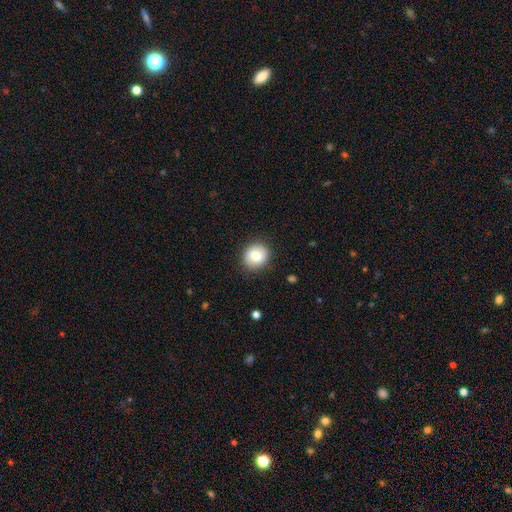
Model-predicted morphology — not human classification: Q: Smooth or featured?
A: smooth (76%); runner-up: featured or disk (16%)
Q: How rounded?
A: round (78%); runner-up: in between (22%)
Q: Merging?
A: none (87%); runner-up: minor disturbance (9%)